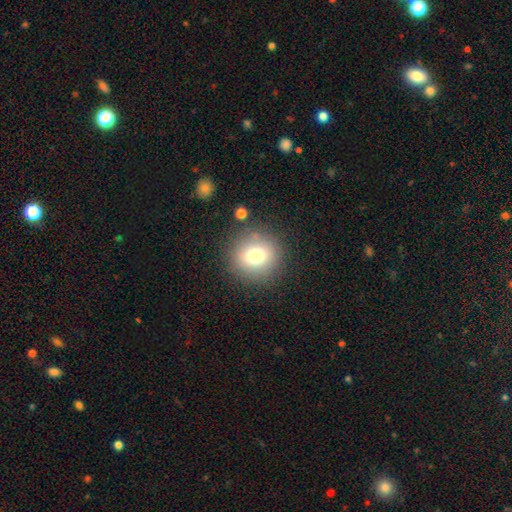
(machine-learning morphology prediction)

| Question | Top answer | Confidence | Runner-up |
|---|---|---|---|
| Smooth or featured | smooth | 75% | star or artifact (13%) |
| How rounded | round | 93% | in between (6%) |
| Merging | none | 86% | minor disturbance (8%) |